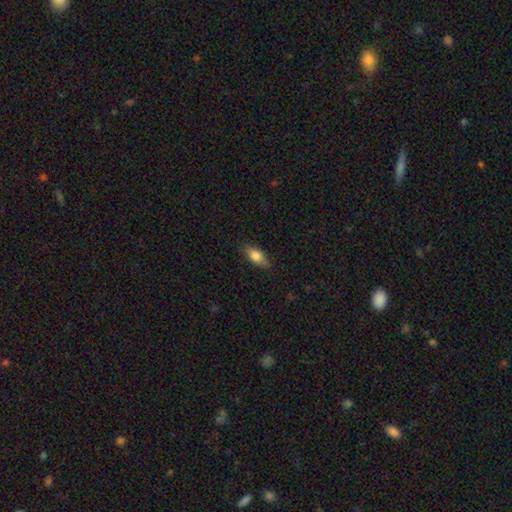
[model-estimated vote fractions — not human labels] smooth 79%, featured or disk 15%, star or artifact 7%. Down the decision tree: how rounded — in between (83%); merging — none (83%).